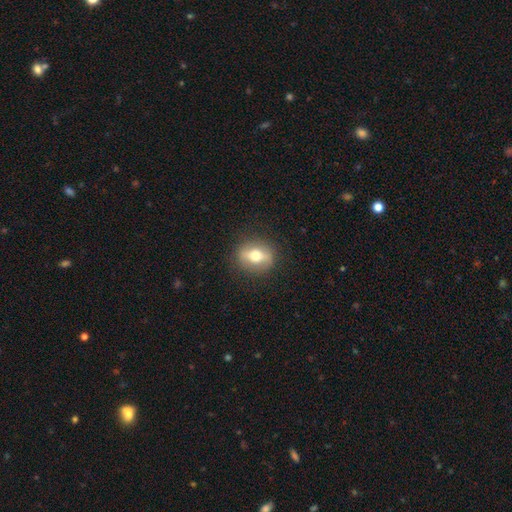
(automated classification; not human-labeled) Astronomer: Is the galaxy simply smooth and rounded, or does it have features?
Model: smooth — 50% (runner-up: featured or disk, 41%).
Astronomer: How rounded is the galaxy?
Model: round — 53% (runner-up: in between, 43%).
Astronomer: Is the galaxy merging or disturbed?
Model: none — 86%.